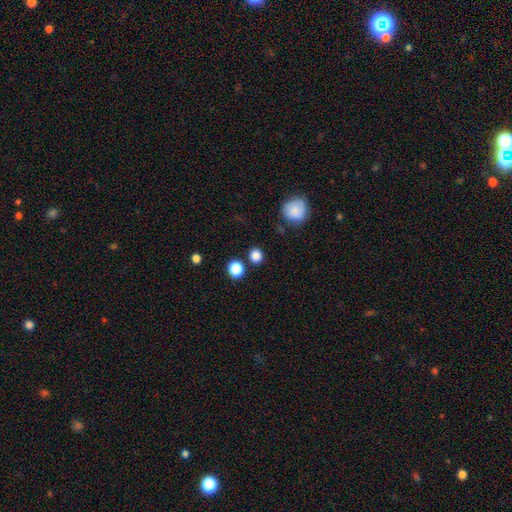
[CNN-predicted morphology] Smooth or featured? smooth (83%)
How rounded? round (88%)
Merging? none (85%)